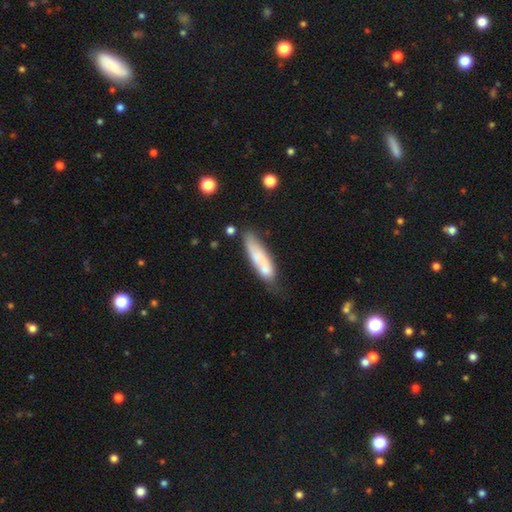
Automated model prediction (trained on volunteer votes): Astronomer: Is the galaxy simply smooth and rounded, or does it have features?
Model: smooth — 70%.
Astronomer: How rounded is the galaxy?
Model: cigar-shaped — 62%.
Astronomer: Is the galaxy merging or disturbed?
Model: none — 51%.